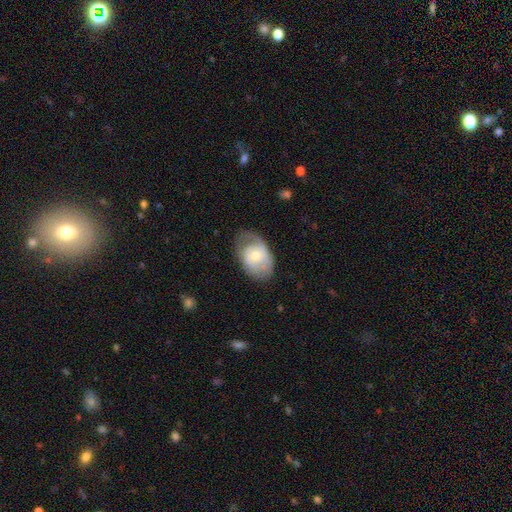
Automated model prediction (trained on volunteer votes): smooth 48%, featured or disk 46%, star or artifact 6%. Down the decision tree: merging — none (55%).